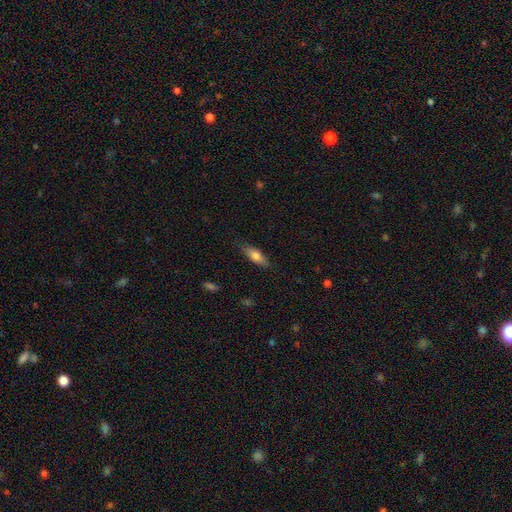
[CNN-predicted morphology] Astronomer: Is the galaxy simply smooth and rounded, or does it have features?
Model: smooth — 73%.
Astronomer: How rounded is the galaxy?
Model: in between — 61% (runner-up: cigar-shaped, 37%).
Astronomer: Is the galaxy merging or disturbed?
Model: none — 83%.